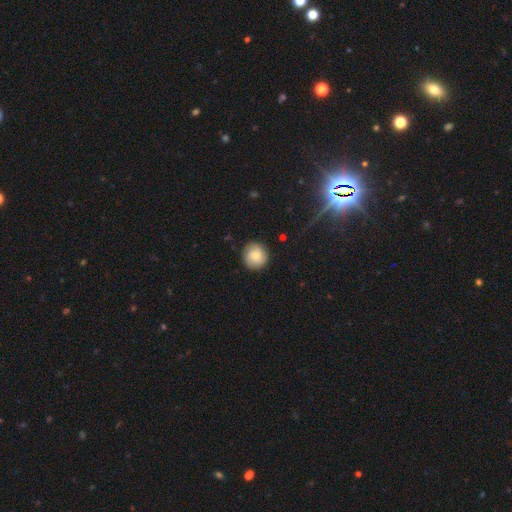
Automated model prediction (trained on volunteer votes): Smooth or featured?
  - smooth: 72% *
  - featured or disk: 20%
  - star or artifact: 8%
How rounded?
  - round: 92% *
  - in between: 7%
  - cigar-shaped: 1%
Merging?
  - none: 87% *
  - minor disturbance: 10%
  - major disturbance: 2%
  - merger: 1%